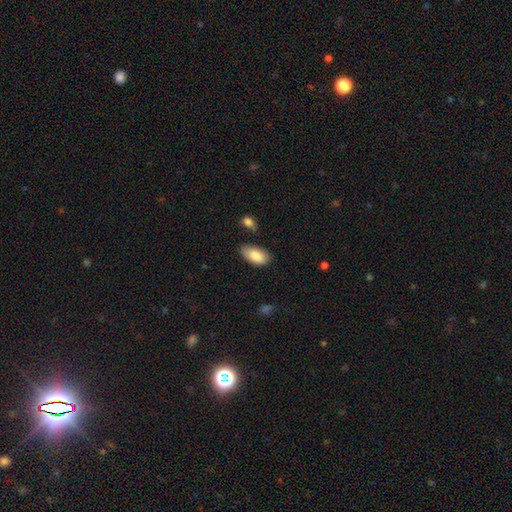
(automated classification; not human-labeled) Smooth or featured? Predicted: smooth (p=0.85). How rounded? Predicted: in between (p=0.94). Merging? Predicted: none (p=0.70).